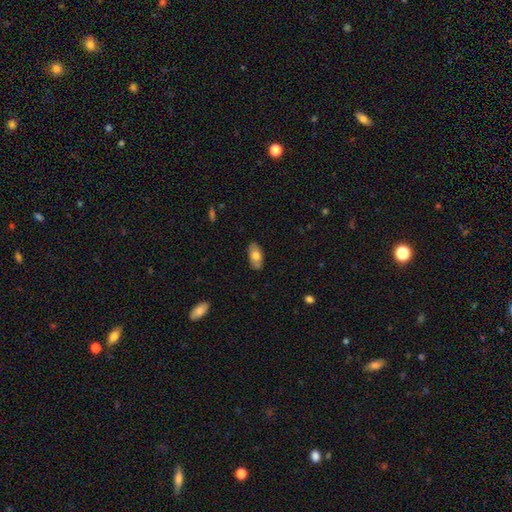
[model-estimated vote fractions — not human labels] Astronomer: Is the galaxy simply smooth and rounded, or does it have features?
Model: smooth — 71%.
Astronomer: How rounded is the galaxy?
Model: in between — 92%.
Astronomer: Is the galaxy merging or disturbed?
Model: none — 84%.